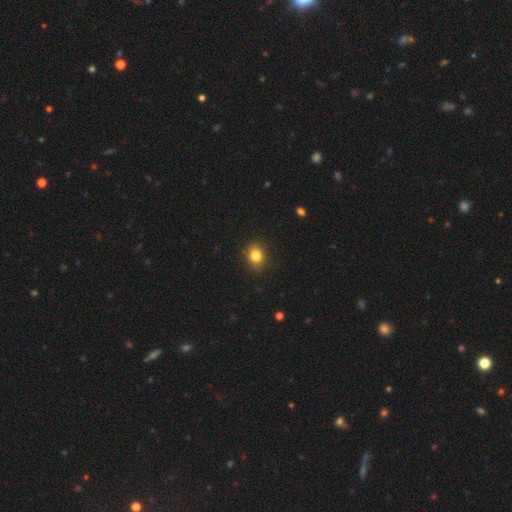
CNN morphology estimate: The model was most divided on "how rounded": round: 63%, in between: 36%, cigar-shaped: 1%. More confident: merging — none (88%); smooth or featured — smooth (83%).